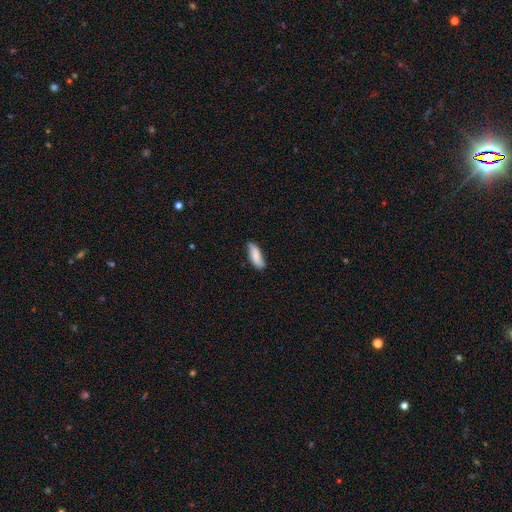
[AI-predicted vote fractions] Morphology: type=smooth (80%); roundness=in between (65%); merging=none (75%).